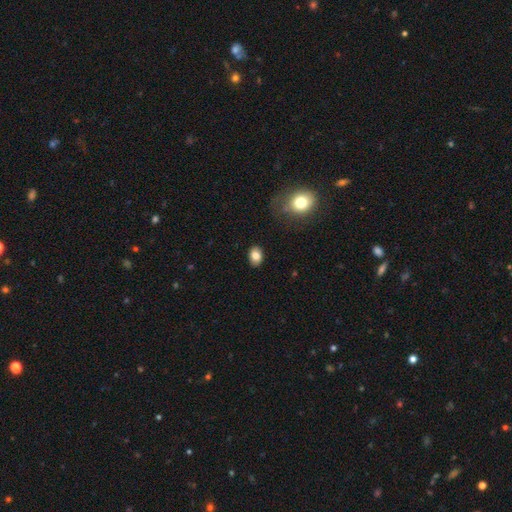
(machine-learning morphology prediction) A smooth galaxy with no disk features (81%) that is in between round and cigar-shaped (71%). Merging: none (87%).